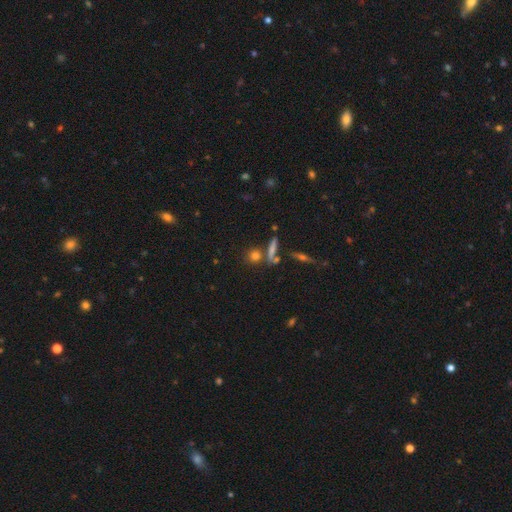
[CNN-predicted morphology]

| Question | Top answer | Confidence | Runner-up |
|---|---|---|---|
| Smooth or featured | smooth | 67% | star or artifact (18%) |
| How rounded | round | 75% | in between (15%) |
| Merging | none | 72% | merger (16%) |